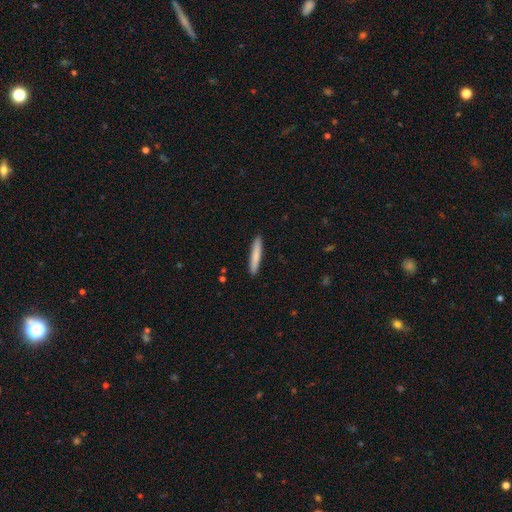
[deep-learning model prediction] This is clearly a smooth galaxy (80%). How rounded: clearly cigar-shaped (94%). Merging: clearly none (91%).